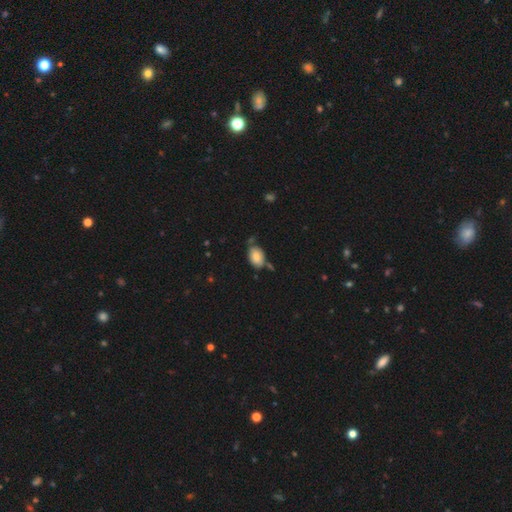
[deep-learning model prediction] This is clearly a smooth galaxy (83%). How rounded: clearly in between (87%). Merging: likely none (61%).